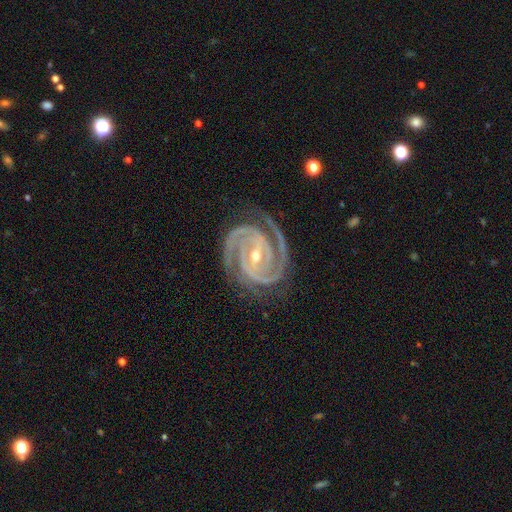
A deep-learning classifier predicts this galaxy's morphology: type=featured or disk (94%); edge-on=no (98%); bar=strong (49%); spiral arms=yes (99%); winding=tight (76%); arm count=2 (70%); bulge=small (53%); merging=none (80%).